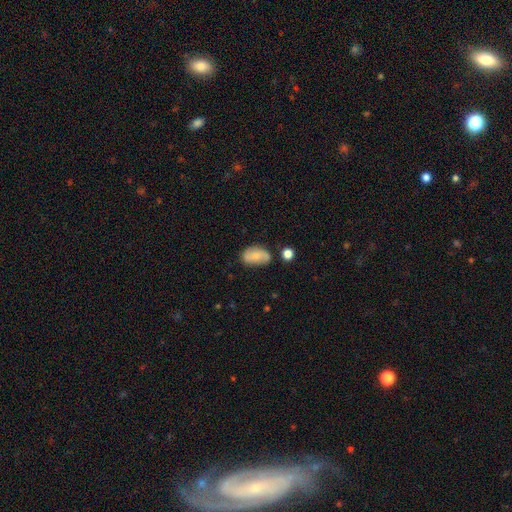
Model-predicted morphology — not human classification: smooth 61%, featured or disk 30%, star or artifact 9%. Down the decision tree: how rounded — in between (90%); merging — none (62%).